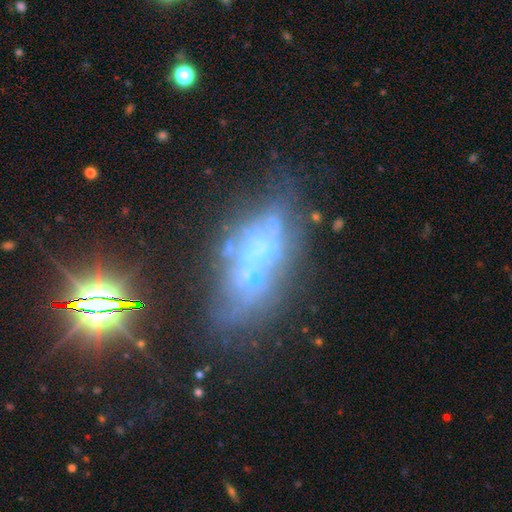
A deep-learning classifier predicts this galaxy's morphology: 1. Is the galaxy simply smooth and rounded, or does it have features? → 60% featured or disk, 23% star or artifact, 18% smooth.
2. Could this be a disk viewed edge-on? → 83% no, 17% yes.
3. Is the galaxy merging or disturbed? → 40% none, 23% major disturbance, 20% minor disturbance, 18% merger.